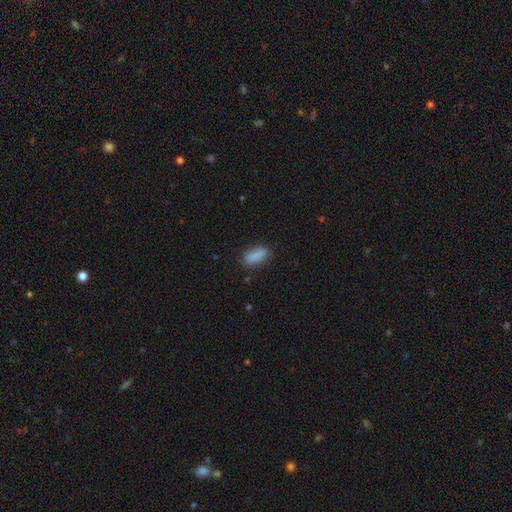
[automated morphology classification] Smooth or featured? Predicted: smooth (p=0.87). How rounded? Predicted: in between (p=0.74). Merging? Predicted: none (p=0.81).